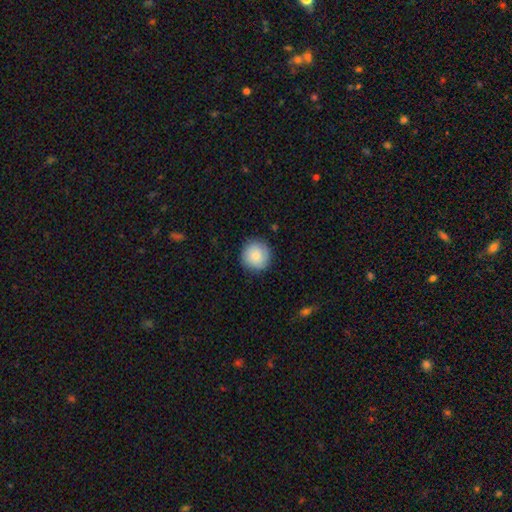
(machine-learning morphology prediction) smooth-or-featured: smooth: 85% | featured or disk: 8% | star or artifact: 7%
  how-rounded: round: 95% | in between: 4% | cigar-shaped: 1%
  merging: none: 89% | minor disturbance: 8% | major disturbance: 2% | merger: 1%